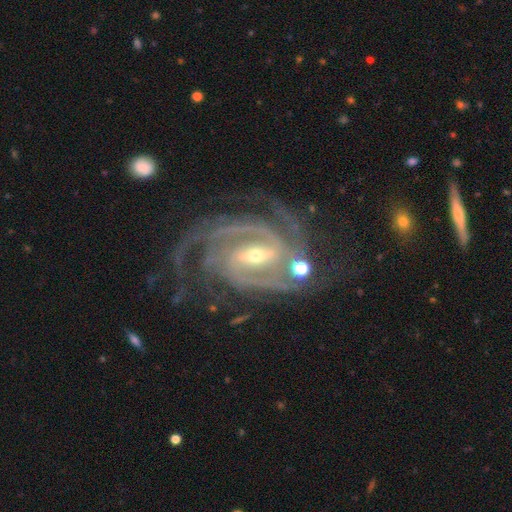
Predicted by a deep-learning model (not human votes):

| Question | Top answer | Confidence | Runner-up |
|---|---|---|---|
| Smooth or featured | featured or disk | 92% | star or artifact (5%) |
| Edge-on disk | no | 97% | yes (3%) |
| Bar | strong | 52% | weak (36%) |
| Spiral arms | yes | 98% | no (2%) |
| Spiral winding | tight | 49% | medium (43%) |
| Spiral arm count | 2 | 39% | 3 (27%) |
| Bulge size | small | 56% | moderate (40%) |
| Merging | none | 62% | minor disturbance (19%) |